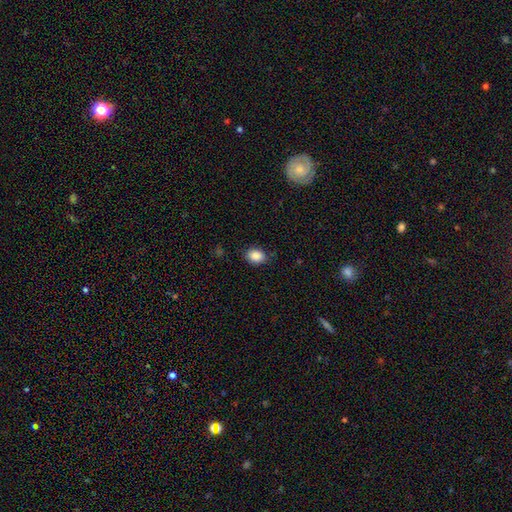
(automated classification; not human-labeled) Morphology: type=smooth (87%); roundness=in between (60%); merging=none (83%).